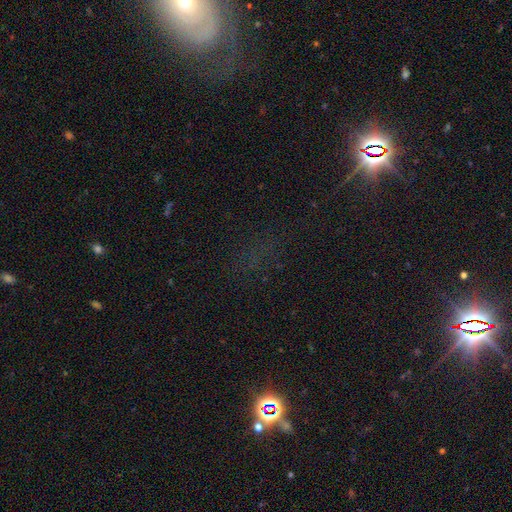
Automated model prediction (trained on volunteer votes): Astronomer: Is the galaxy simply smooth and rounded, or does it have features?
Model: star or artifact — 68%.